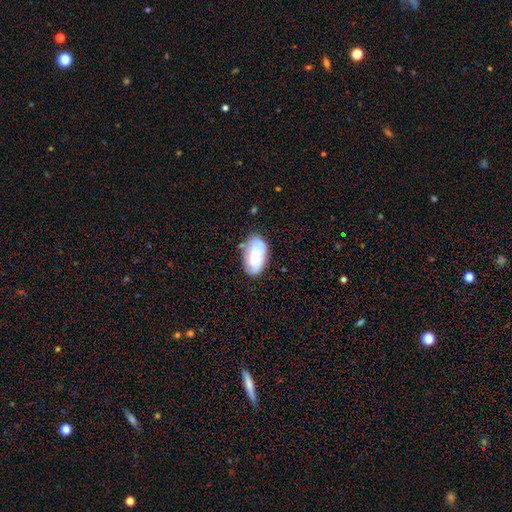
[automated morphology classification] type=smooth (55%); roundness=in between (93%); merging=none (62%).